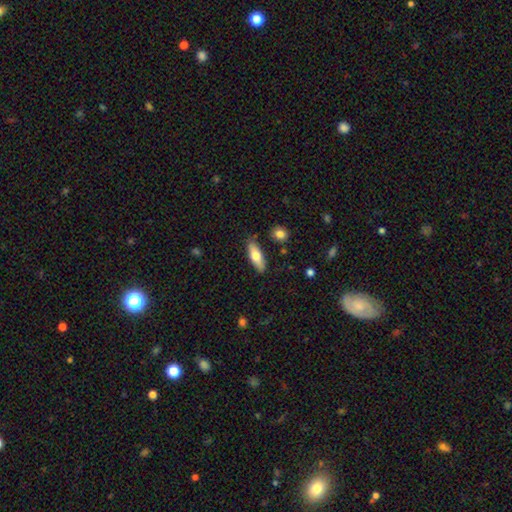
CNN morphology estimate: A smooth galaxy with no disk features (71%) that is in between round and cigar-shaped (56%). Merging: none (84%).